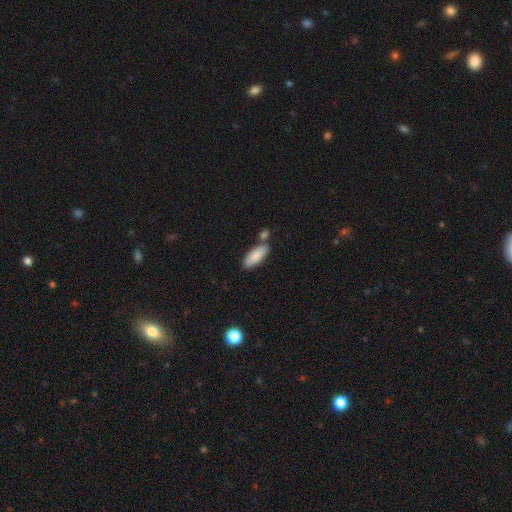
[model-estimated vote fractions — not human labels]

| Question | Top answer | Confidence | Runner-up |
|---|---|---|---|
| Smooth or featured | smooth | 85% | featured or disk (9%) |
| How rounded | in between | 70% | cigar-shaped (28%) |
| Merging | none | 70% | merger (15%) |